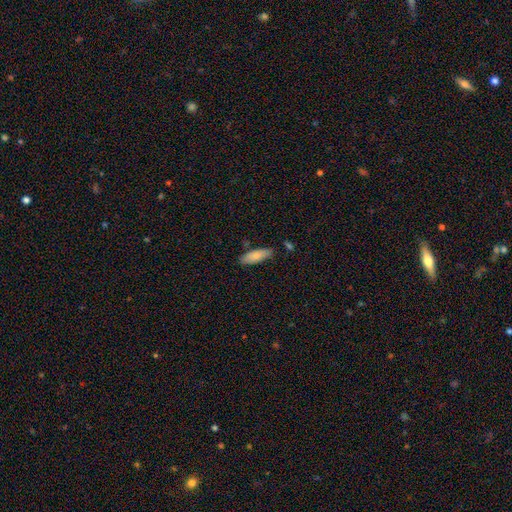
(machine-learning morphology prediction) This is likely a smooth galaxy (80%). How rounded: possibly in between (60%). Merging: likely none (79%).